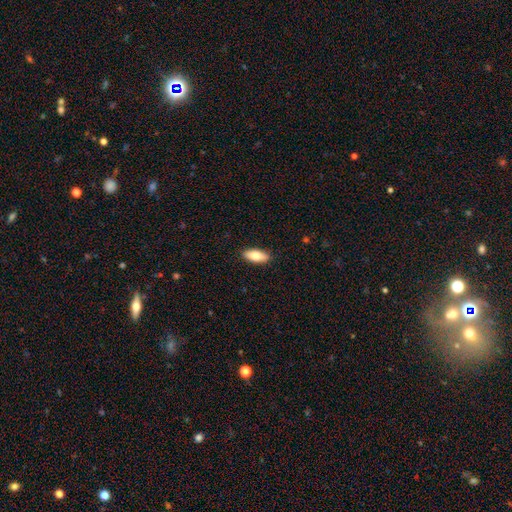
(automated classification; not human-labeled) smooth_or_featured: smooth (p=0.79) [alt: featured or disk p=0.15]
how_rounded: in between (p=0.83) [alt: cigar-shaped p=0.15]
merging: none (p=0.90) [alt: minor disturbance p=0.08]